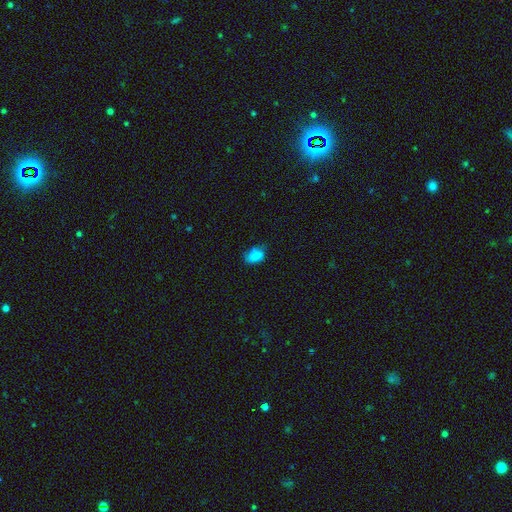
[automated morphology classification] Smooth or featured? Predicted: smooth (p=0.83). How rounded? Predicted: in between (p=0.80). Merging? Predicted: none (p=0.56).